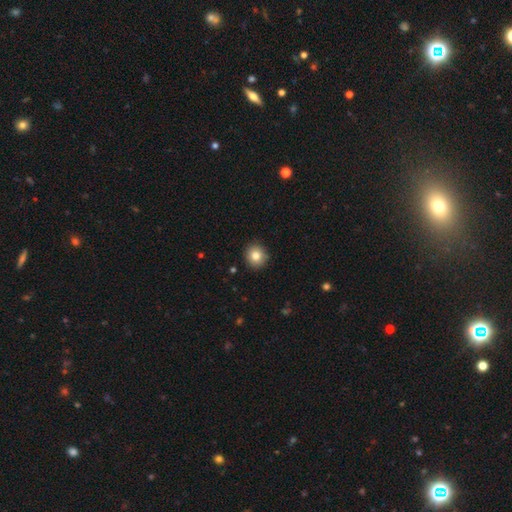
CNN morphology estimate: Smooth or featured?
  - smooth: 83% *
  - star or artifact: 9%
  - featured or disk: 8%
How rounded?
  - round: 90% *
  - in between: 9%
  - cigar-shaped: 1%
Merging?
  - none: 91% *
  - minor disturbance: 6%
  - major disturbance: 2%
  - merger: 1%